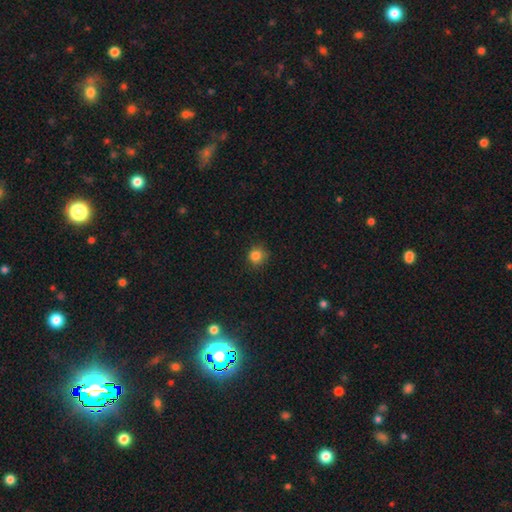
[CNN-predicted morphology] This is clearly a smooth galaxy (84%). How rounded: clearly round (92%). Merging: clearly none (81%).